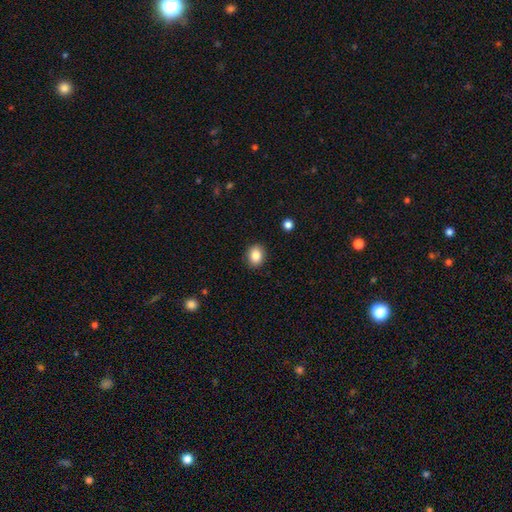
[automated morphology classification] smooth 86%, star or artifact 9%, featured or disk 5%. Down the decision tree: how rounded — in between (51%); merging — none (90%).